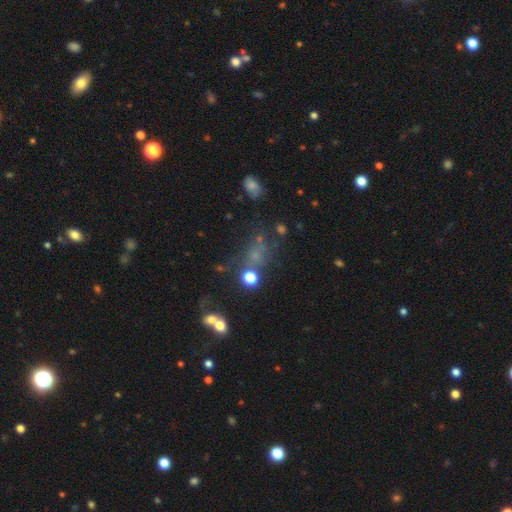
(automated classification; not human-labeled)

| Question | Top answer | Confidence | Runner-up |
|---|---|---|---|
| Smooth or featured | smooth | 44% | star or artifact (39%) |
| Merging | none | 54% | minor disturbance (16%) |